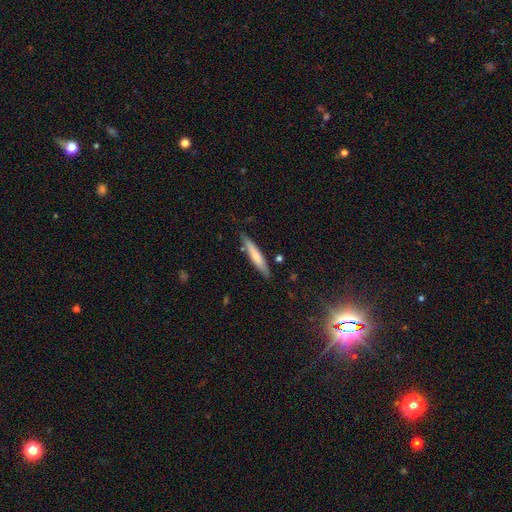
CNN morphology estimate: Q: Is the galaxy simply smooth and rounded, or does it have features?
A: smooth — 68%.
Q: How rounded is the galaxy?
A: cigar-shaped — 90%.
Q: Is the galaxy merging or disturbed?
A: none — 82%.